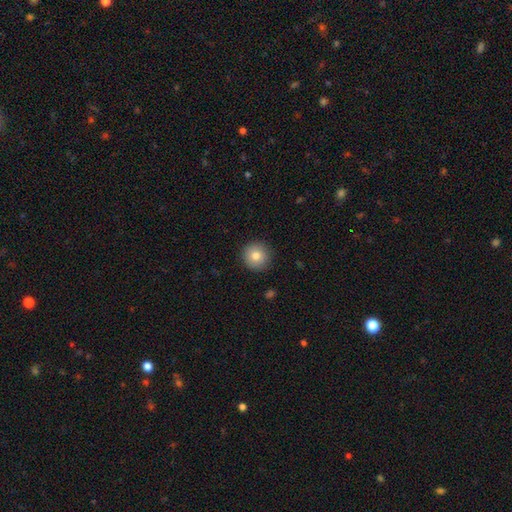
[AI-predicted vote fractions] Morphology: type=smooth (81%); roundness=round (95%); merging=none (91%).